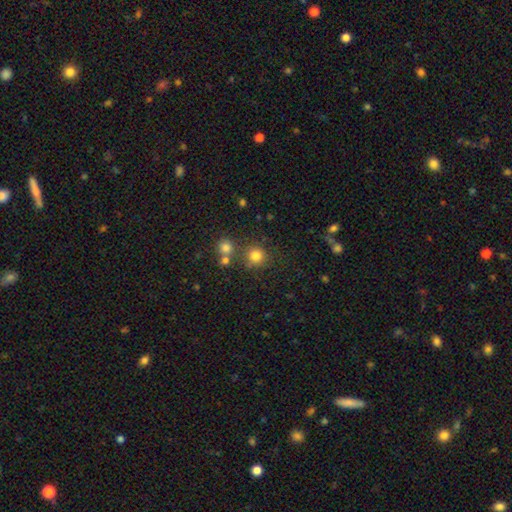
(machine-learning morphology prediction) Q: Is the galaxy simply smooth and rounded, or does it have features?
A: smooth — 80%.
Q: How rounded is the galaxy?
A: round — 91%.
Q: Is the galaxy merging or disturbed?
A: none — 72%.